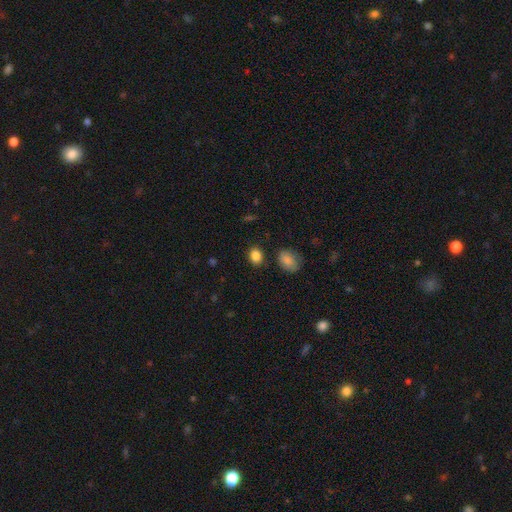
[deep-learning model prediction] smooth-or-featured: smooth: 85% | star or artifact: 10% | featured or disk: 5%
  how-rounded: in between: 53% | round: 46% | cigar-shaped: 1%
  merging: none: 84% | minor disturbance: 10% | merger: 3% | major disturbance: 3%